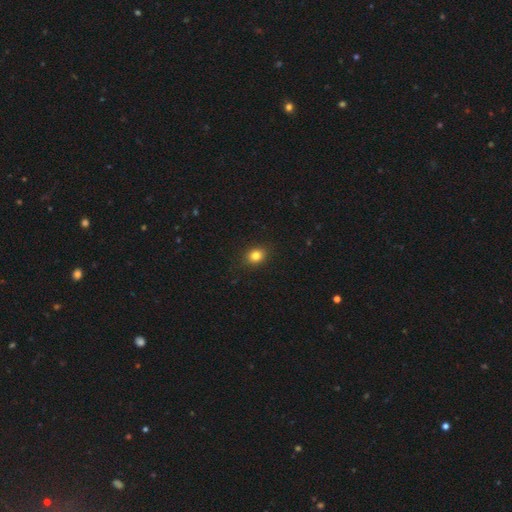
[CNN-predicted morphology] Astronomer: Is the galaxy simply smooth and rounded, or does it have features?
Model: smooth — 83%.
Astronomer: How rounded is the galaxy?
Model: round — 55% (runner-up: in between, 44%).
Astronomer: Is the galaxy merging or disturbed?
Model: none — 90%.